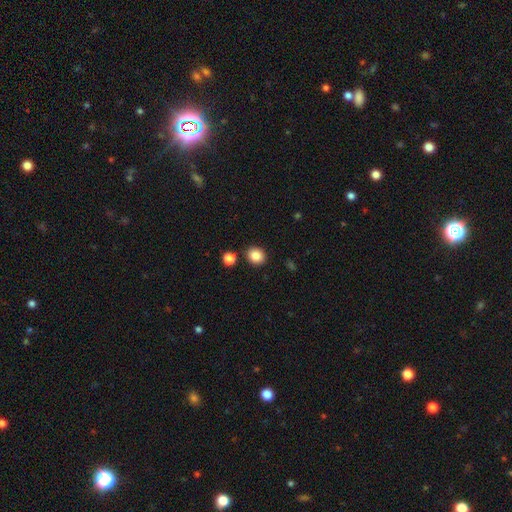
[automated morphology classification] Smooth or featured? Predicted: smooth (p=0.85). How rounded? Predicted: round (p=0.71). Merging? Predicted: none (p=0.87).